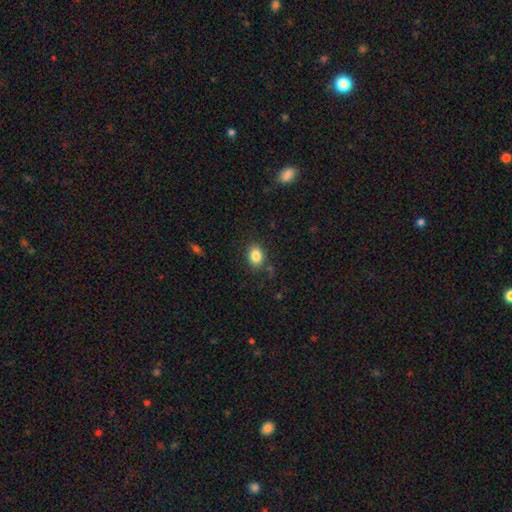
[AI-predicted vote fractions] Morphology: type=smooth (85%); roundness=in between (70%); merging=none (82%).